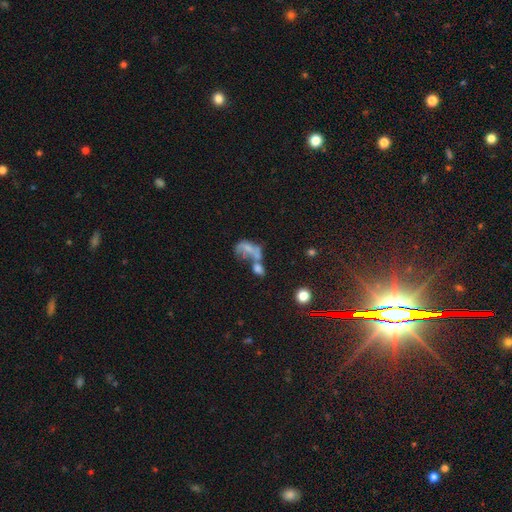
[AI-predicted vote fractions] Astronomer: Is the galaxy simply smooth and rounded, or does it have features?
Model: star or artifact — 35%, tied with featured or disk at 35%.